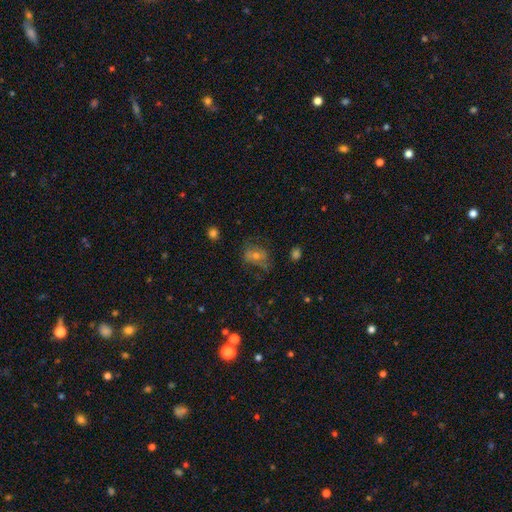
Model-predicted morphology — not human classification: Smooth or featured? Predicted: featured or disk (p=0.37, tied with smooth). Merging? Predicted: none (p=0.58).